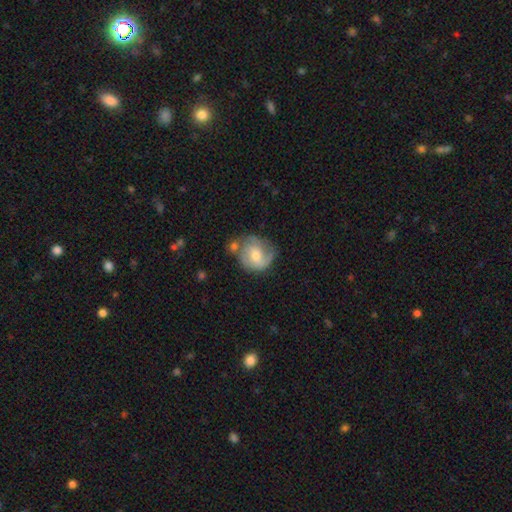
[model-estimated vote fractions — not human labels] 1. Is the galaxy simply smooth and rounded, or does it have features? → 59% featured or disk, 34% smooth, 7% star or artifact.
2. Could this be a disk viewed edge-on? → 98% no, 2% yes.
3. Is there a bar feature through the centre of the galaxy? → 56% no, 38% weak, 6% strong.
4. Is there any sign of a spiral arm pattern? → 85% yes, 15% no.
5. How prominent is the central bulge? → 58% moderate, 34% small, 5% large, 3% none, 1% dominant.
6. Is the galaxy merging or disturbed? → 52% none, 23% minor disturbance, 15% merger, 10% major disturbance.